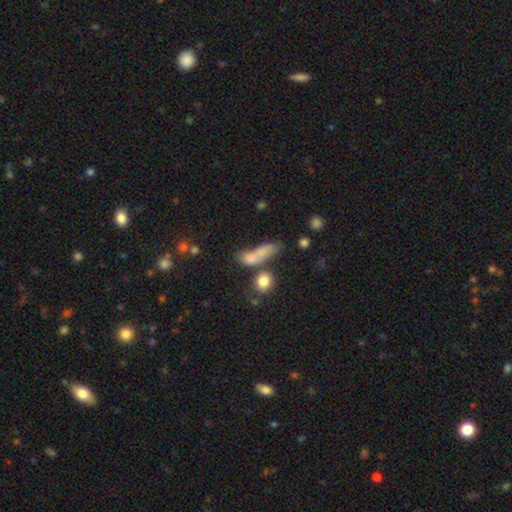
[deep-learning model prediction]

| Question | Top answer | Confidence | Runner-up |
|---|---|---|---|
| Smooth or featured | smooth | 71% | featured or disk (16%) |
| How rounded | in between | 46% | cigar-shaped (37%) |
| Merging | none | 38% | merger (34%) |